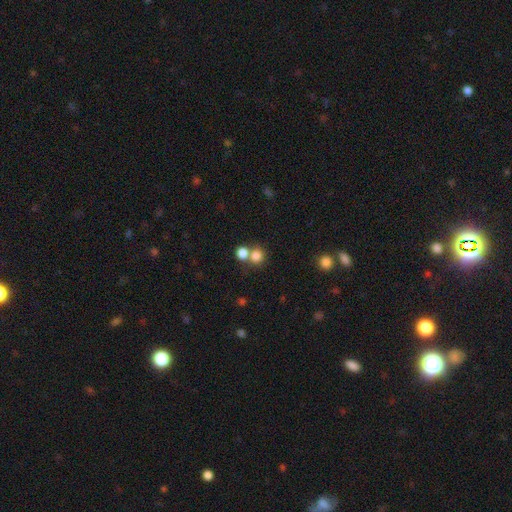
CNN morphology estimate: Overall: smooth (80%). How rounded: round (86%). Merging: none (51%; merger 39%).